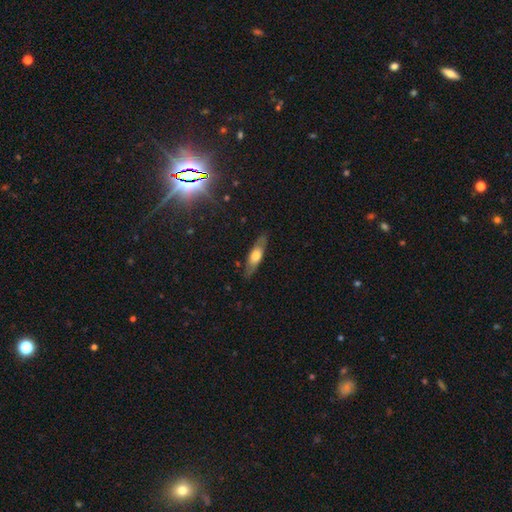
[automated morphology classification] A smooth galaxy with no disk features (48%). Merging: none (83%).